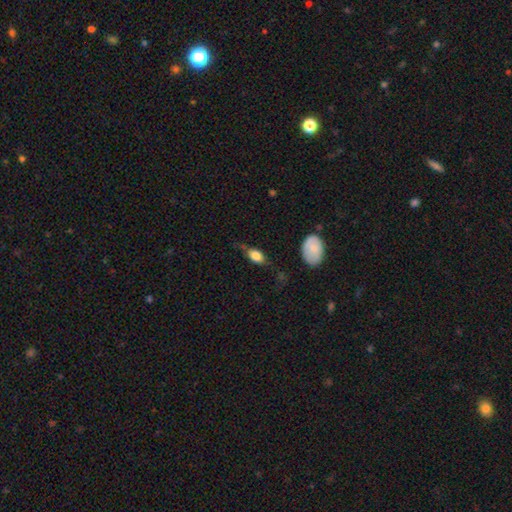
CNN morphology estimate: This is likely a smooth galaxy (76%). How rounded: clearly in between (84%). Merging: possibly none (51%).